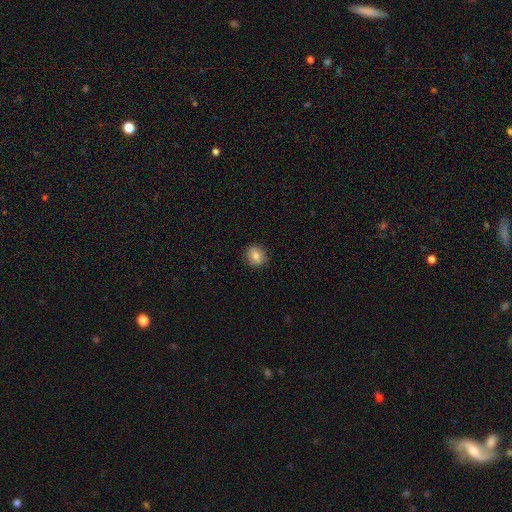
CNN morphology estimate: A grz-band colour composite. It shows a smooth galaxy with no disk features (76%) that is round (78%). Merging: none (87%).